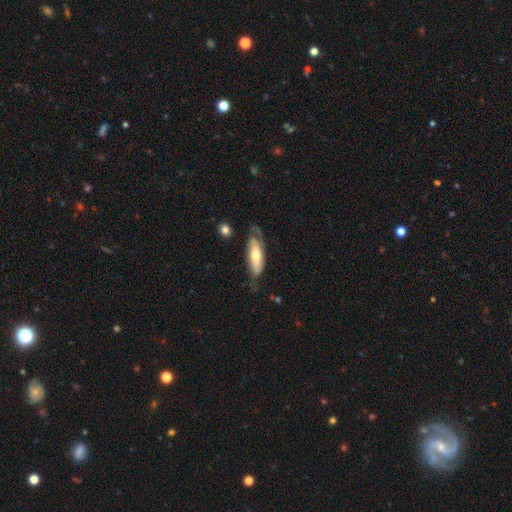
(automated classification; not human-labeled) smooth-or-featured: featured or disk: 53% | smooth: 41% | star or artifact: 5%
  disk-edge-on: no: 75% | yes: 25%
  merging: none: 48% | minor disturbance: 28% | major disturbance: 22% | merger: 3%